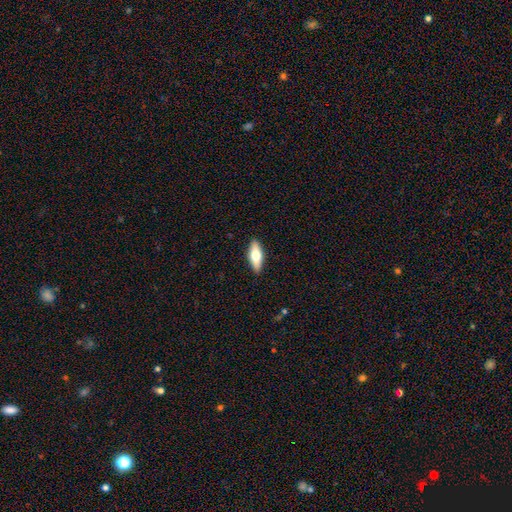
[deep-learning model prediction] Morphology: type=smooth (57%); roundness=in between (66%); merging=none (89%).